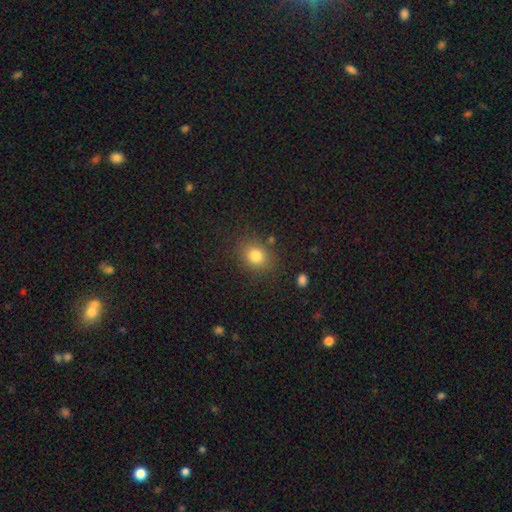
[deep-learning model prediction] This is clearly a smooth galaxy (81%). How rounded: likely round (65%). Merging: clearly none (82%).